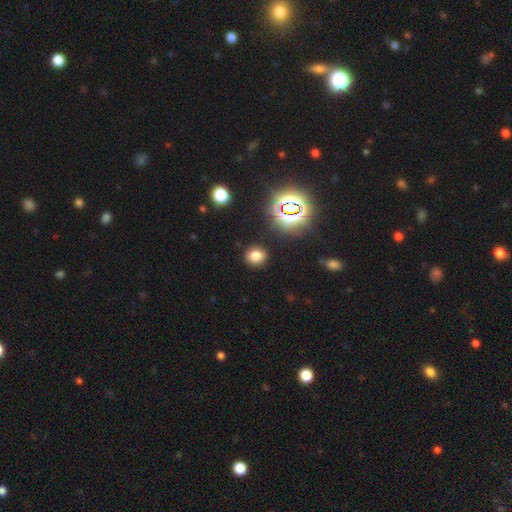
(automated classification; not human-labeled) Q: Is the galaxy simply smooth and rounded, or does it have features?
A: smooth — 74%.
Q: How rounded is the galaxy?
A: round — 69%.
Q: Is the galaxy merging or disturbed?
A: none — 88%.